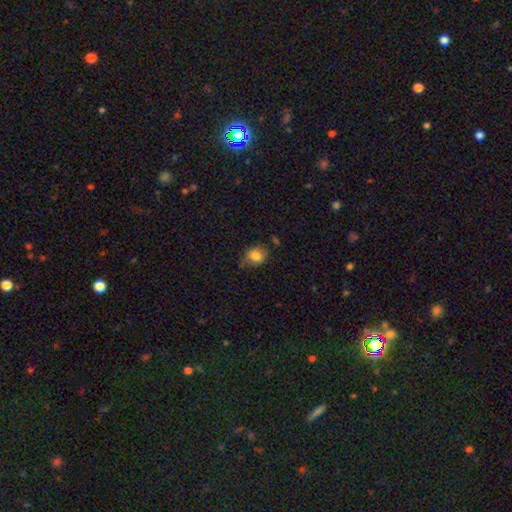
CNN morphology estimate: This is likely a smooth galaxy (79%). How rounded: likely round (69%). Merging: possibly none (59%).